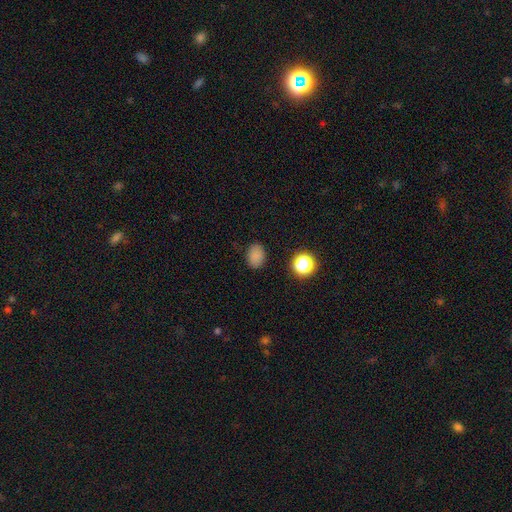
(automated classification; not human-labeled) smooth-or-featured: smooth: 82% | star or artifact: 13% | featured or disk: 4%
  how-rounded: in between: 69% | round: 30% | cigar-shaped: 1%
  merging: none: 85% | minor disturbance: 10% | major disturbance: 3% | merger: 1%